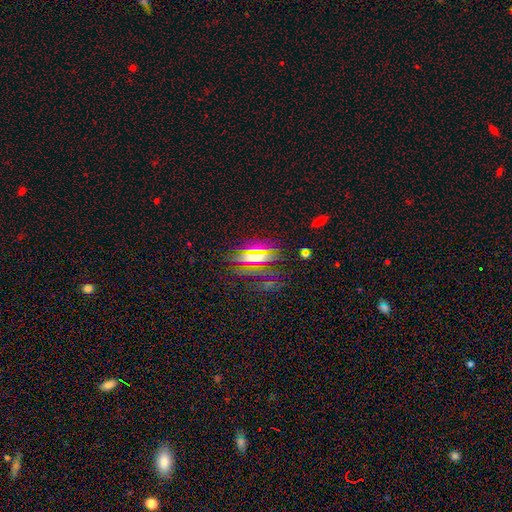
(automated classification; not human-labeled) smooth 44%, star or artifact 35%, featured or disk 21%. Down the decision tree: merging — none (76%).